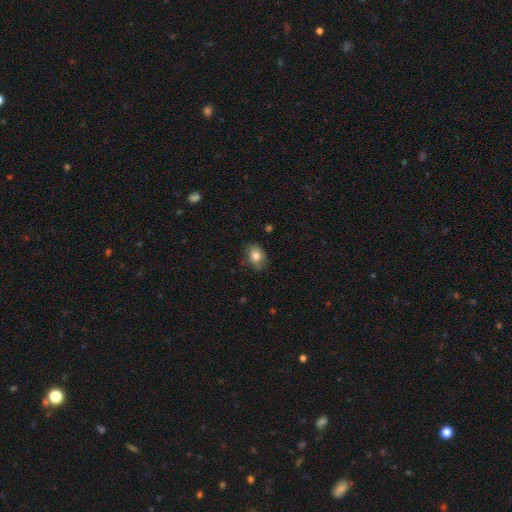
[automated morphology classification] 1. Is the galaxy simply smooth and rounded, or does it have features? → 78% smooth, 14% featured or disk, 8% star or artifact.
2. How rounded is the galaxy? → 73% in between, 26% round, 1% cigar-shaped.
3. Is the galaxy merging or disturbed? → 72% none, 23% minor disturbance, 4% major disturbance, 1% merger.